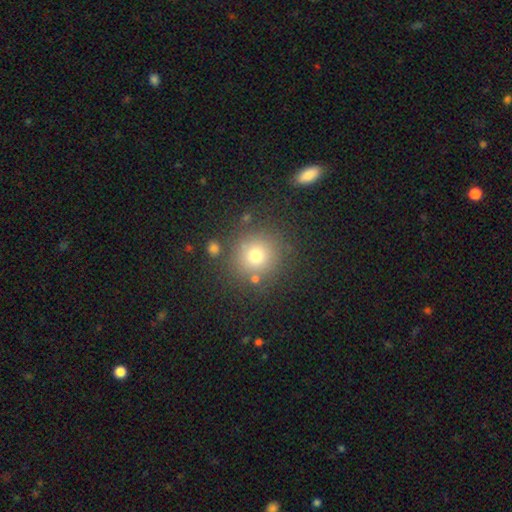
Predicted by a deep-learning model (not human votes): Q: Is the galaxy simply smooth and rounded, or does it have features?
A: smooth — 74%.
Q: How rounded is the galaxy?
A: round — 91%.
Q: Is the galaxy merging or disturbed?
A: none — 82%.